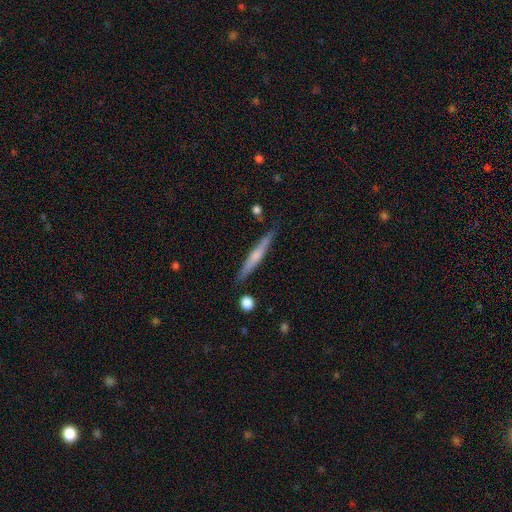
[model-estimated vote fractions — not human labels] smooth_or_featured: featured or disk (p=0.50) [alt: smooth p=0.44]
merging: none (p=0.86) [alt: minor disturbance p=0.10]